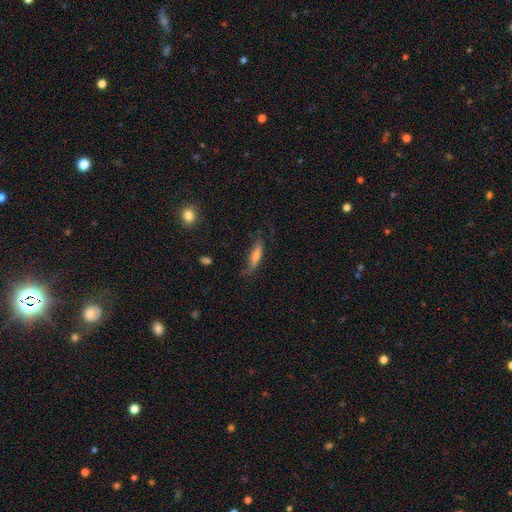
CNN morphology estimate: Q: Smooth or featured?
A: smooth (49%); runner-up: featured or disk (42%)
Q: Merging?
A: none (62%); runner-up: minor disturbance (25%)